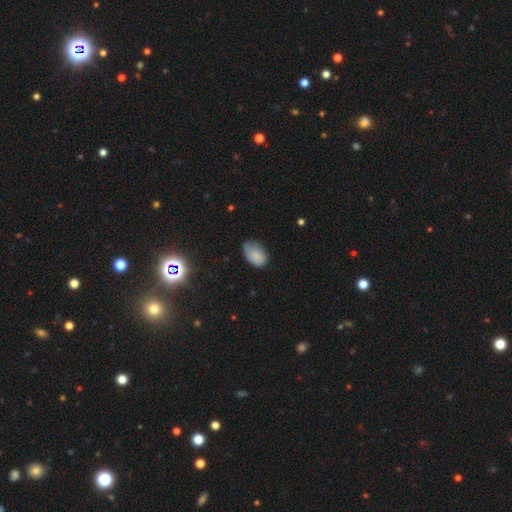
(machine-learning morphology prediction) smooth 80%, featured or disk 10%, star or artifact 9%. Down the decision tree: how rounded — in between (87%); merging — none (54%).